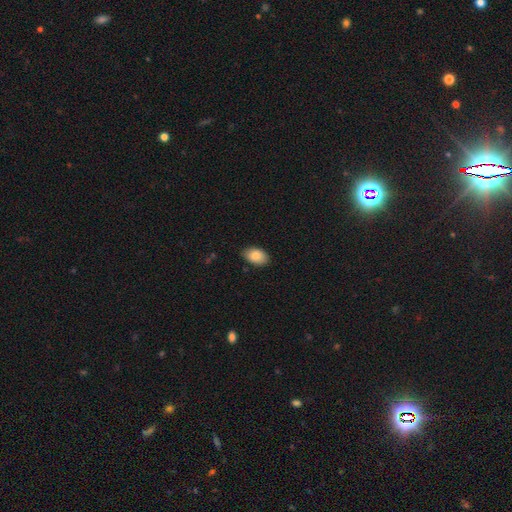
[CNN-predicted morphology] Smooth or featured? Predicted: smooth (p=0.85). How rounded? Predicted: in between (p=0.89). Merging? Predicted: none (p=0.84).